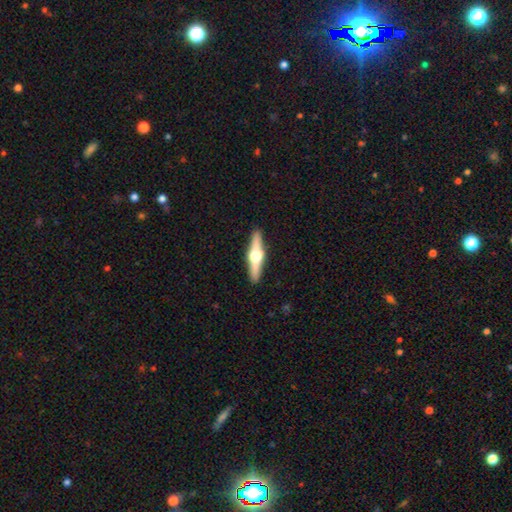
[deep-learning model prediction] Overall: featured or disk (73%). Edge-on disk: yes (98%). Edge-on bulge: rounded (96%). Merging: none (91%).